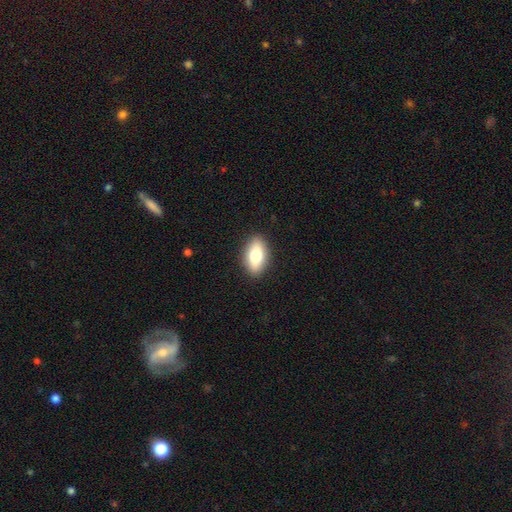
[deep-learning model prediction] This is likely a smooth galaxy (77%). How rounded: clearly in between (89%). Merging: clearly none (89%).